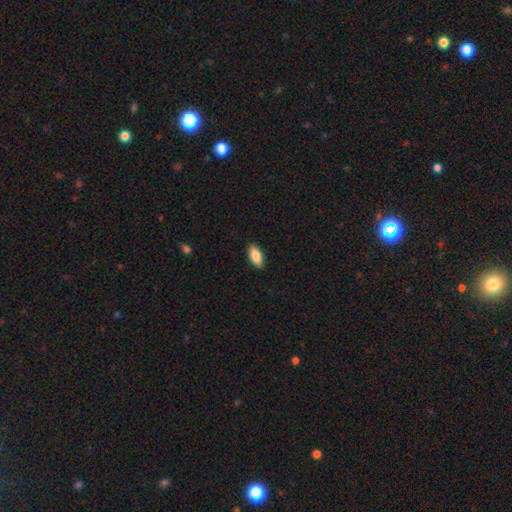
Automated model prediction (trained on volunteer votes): A smooth galaxy with no disk features (83%) that is in between round and cigar-shaped (90%). Merging: none (89%).